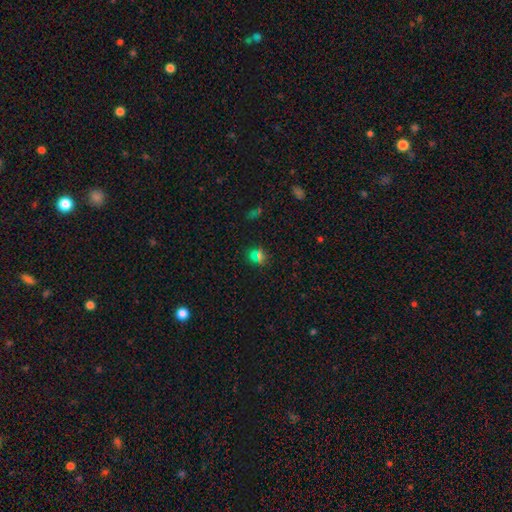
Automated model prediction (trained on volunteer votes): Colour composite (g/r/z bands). It shows a smooth galaxy with no disk features (57%) that is round (73%). Merging: none (84%).